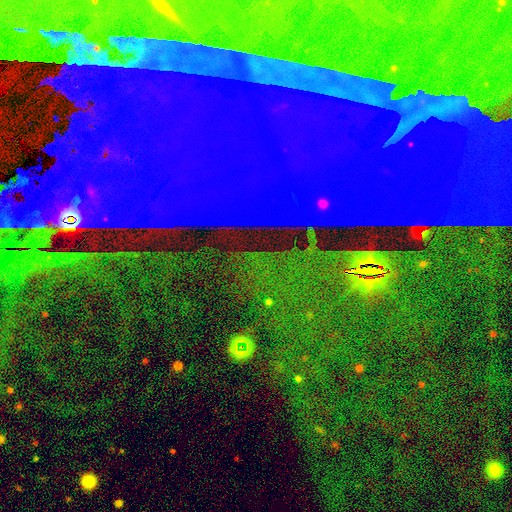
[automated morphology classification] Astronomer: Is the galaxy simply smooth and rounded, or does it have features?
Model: star or artifact — 85%.